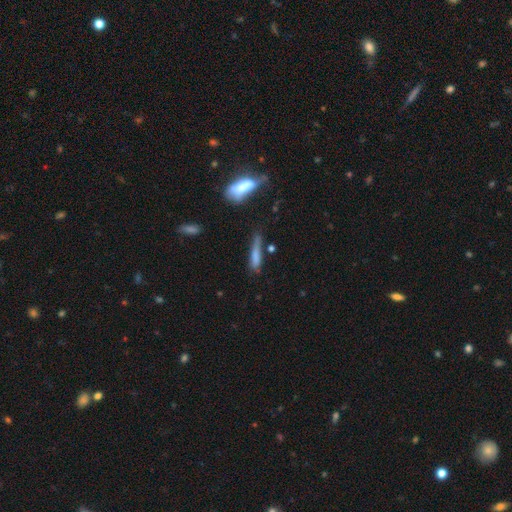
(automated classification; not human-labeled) Morphology: type=smooth (72%); roundness=cigar-shaped (84%); merging=none (51%).